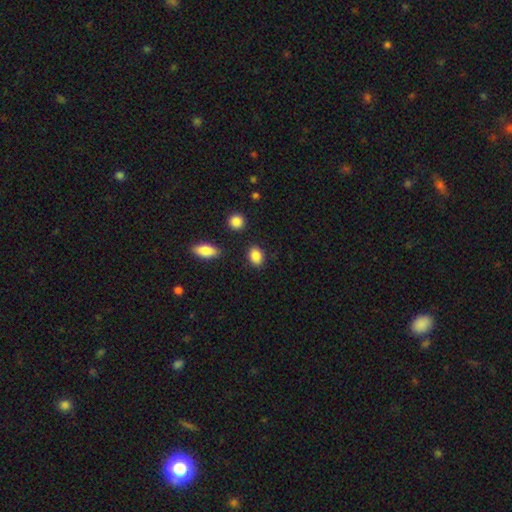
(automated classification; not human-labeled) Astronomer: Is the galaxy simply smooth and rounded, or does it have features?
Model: smooth — 88%.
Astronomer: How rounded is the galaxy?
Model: in between — 72%.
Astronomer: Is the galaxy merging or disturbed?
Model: none — 84%.